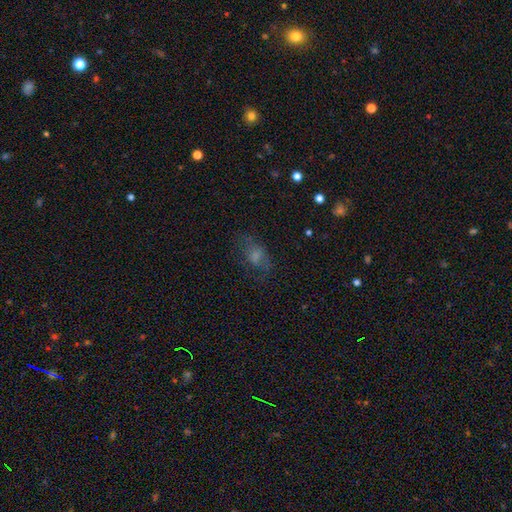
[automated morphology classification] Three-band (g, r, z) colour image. It shows a smooth galaxy with no disk features (55%) that is in between round and cigar-shaped (81%). Merging: none (54%).